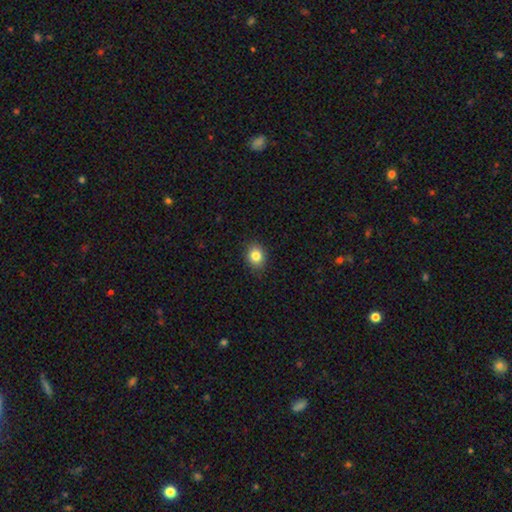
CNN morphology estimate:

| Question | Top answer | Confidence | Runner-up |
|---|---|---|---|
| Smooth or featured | smooth | 83% | star or artifact (11%) |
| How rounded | round | 57% | in between (42%) |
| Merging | none | 89% | minor disturbance (8%) |